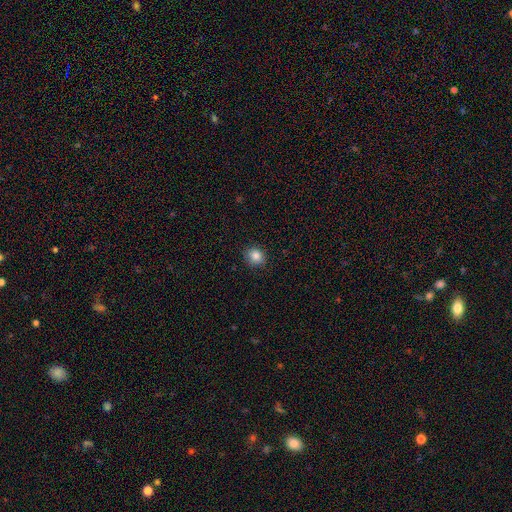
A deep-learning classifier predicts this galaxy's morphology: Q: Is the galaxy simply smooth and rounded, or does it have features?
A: smooth — 84%.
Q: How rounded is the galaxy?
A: round — 79%.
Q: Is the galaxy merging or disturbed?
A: none — 87%.